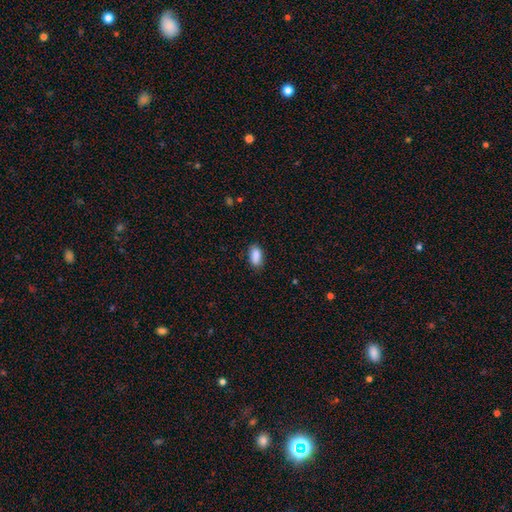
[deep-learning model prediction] Smooth or featured?
  - smooth: 89% *
  - star or artifact: 7%
  - featured or disk: 4%
How rounded?
  - in between: 90% *
  - cigar-shaped: 6%
  - round: 4%
Merging?
  - none: 83% *
  - minor disturbance: 13%
  - major disturbance: 3%
  - merger: 1%